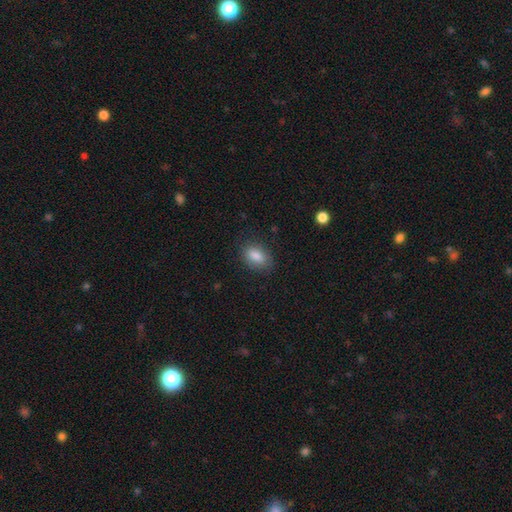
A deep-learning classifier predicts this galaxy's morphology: A smooth galaxy with no disk features (86%) that is in between round and cigar-shaped (88%). Merging: none (80%).